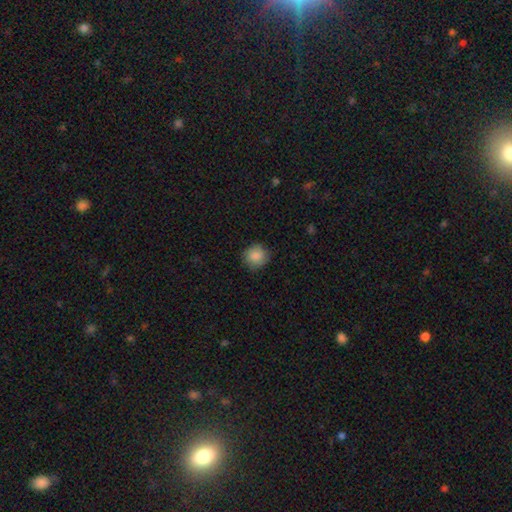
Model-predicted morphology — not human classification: smooth-or-featured: smooth: 87% | star or artifact: 8% | featured or disk: 5%
  how-rounded: round: 87% | in between: 12% | cigar-shaped: 1%
  merging: none: 84% | minor disturbance: 12% | major disturbance: 3% | merger: 1%